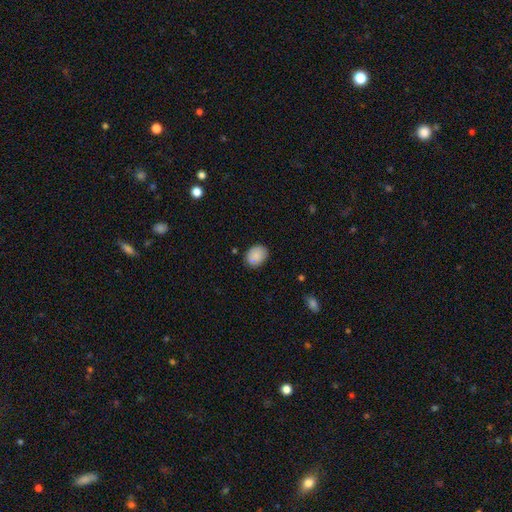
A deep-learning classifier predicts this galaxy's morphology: smooth-or-featured: smooth: 84% | featured or disk: 8% | star or artifact: 8%
  how-rounded: in between: 53% | round: 46% | cigar-shaped: 1%
  merging: none: 81% | minor disturbance: 14% | major disturbance: 3% | merger: 2%